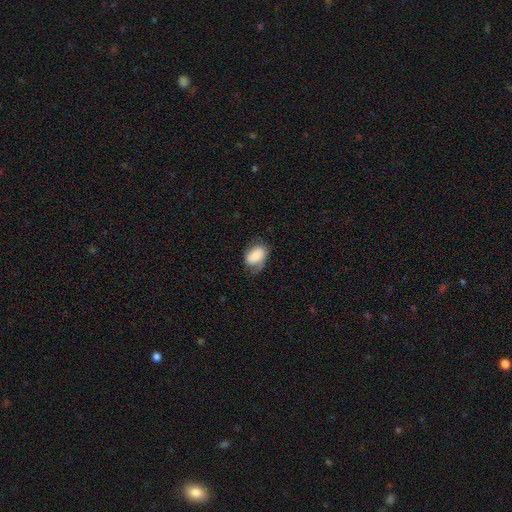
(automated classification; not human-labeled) Smooth or featured? smooth (68%)
How rounded? in between (80%)
Merging? none (52%)